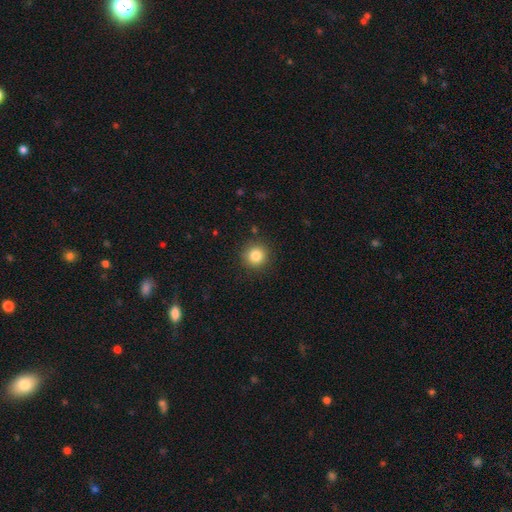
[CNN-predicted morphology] smooth 83%, star or artifact 11%, featured or disk 6%. Down the decision tree: how rounded — round (94%); merging — none (90%).